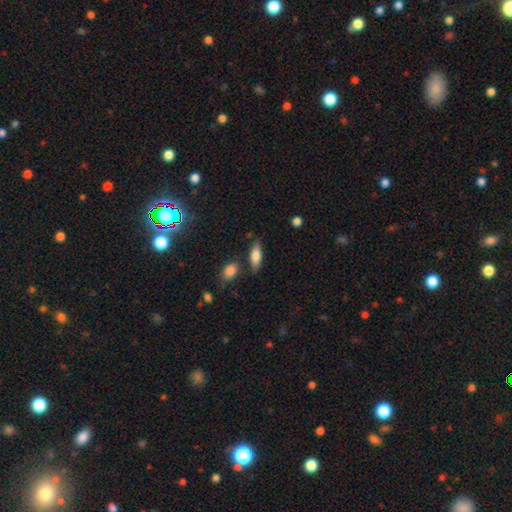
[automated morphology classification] type=smooth (71%); roundness=in between (65%); merging=none (75%).